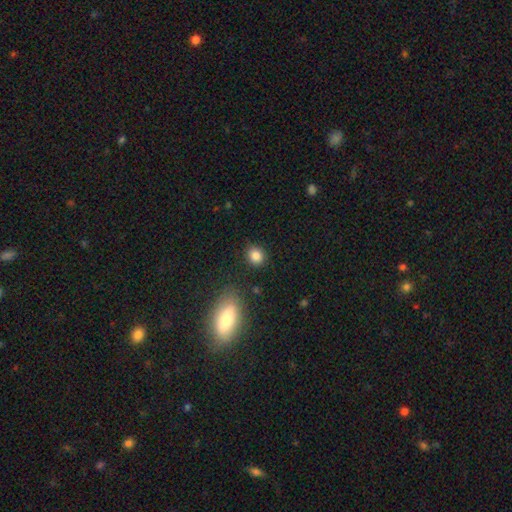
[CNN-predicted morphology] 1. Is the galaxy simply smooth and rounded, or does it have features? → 85% smooth, 10% star or artifact, 5% featured or disk.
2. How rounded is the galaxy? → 69% round, 30% in between, 1% cigar-shaped.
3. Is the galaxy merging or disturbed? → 85% none, 10% minor disturbance, 3% major disturbance, 2% merger.